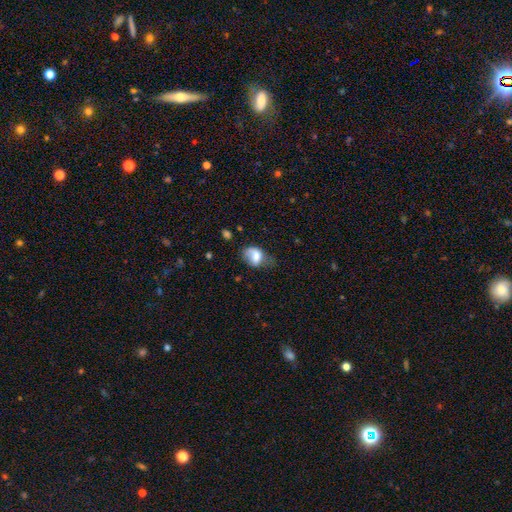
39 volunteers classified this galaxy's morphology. This is possibly a smooth galaxy (56%). How rounded: likely in between (73%). Merging: marginally major disturbance (41%).